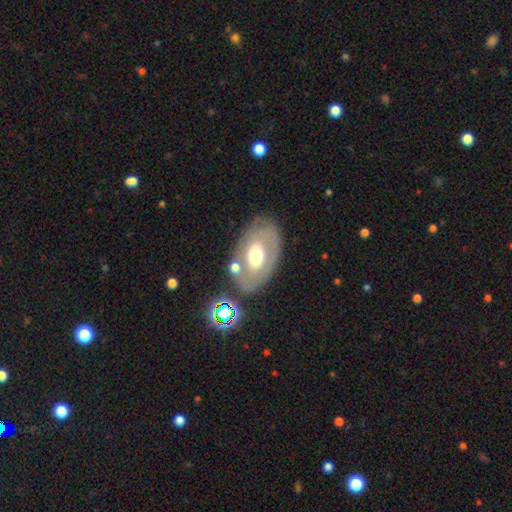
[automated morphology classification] Smooth or featured?
  - featured or disk: 47% *
  - smooth: 44%
  - star or artifact: 9%
Merging?
  - none: 68% *
  - minor disturbance: 15%
  - merger: 11%
  - major disturbance: 7%